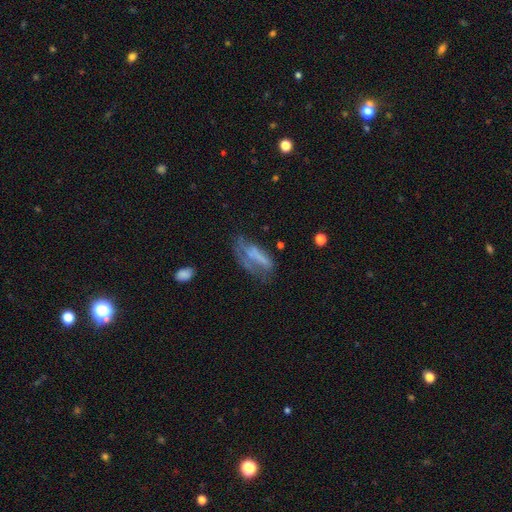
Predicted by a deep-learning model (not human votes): Smooth or featured? Predicted: smooth (p=0.44, tied with featured or disk). Merging? Predicted: major disturbance (p=0.37).